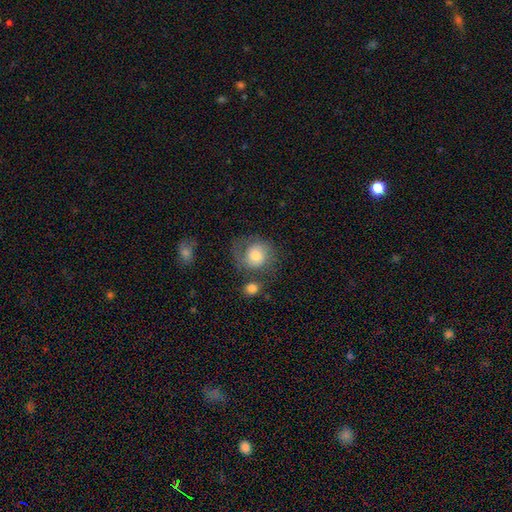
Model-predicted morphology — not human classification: type=smooth (60%); roundness=round (78%); merging=none (52%).